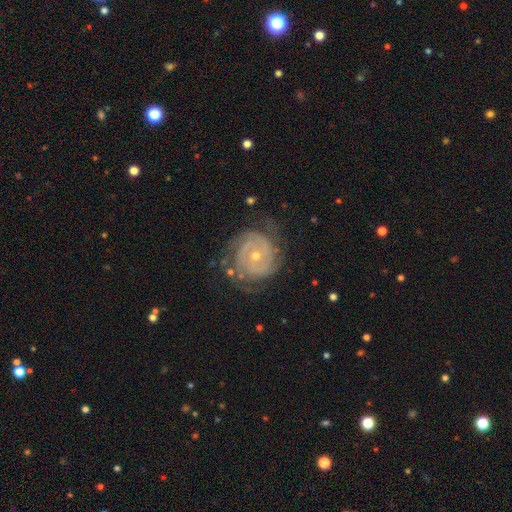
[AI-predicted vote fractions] Morphology: type=featured or disk (89%); edge-on=no (98%); bar=no (74%); spiral arms=yes (97%); winding=tight (76%); arm count=2 (38%); bulge=small (61%); merging=none (71%).